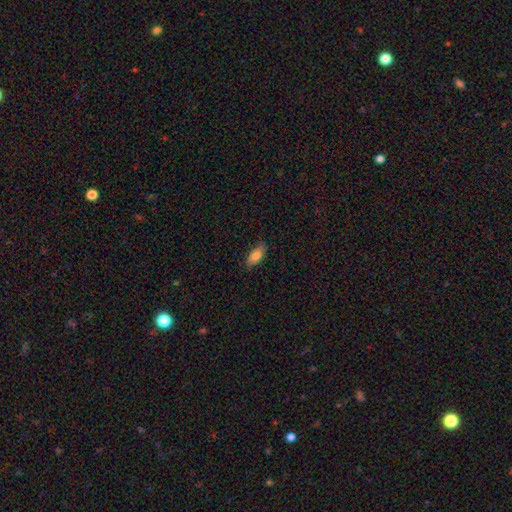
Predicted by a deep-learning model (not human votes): Overall: smooth (81%). How rounded: in between (84%). Merging: none (78%).